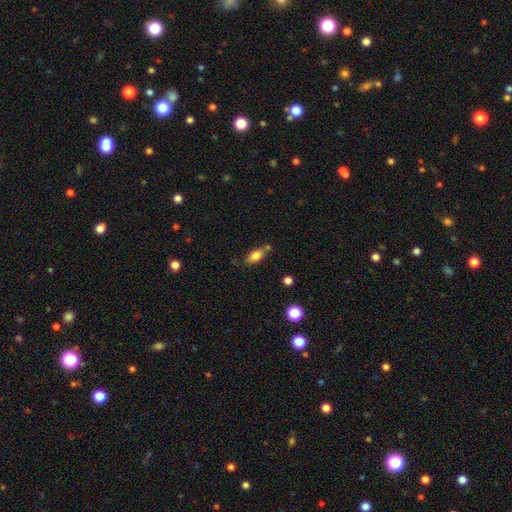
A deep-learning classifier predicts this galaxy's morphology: A smooth galaxy with no disk features (80%) that is in between round and cigar-shaped (85%).

Vote fractions:
- Smooth or featured? smooth: 80% / featured or disk: 12% / star or artifact: 8%
- How rounded? in between: 85% / cigar-shaped: 10% / round: 5%
- Merging? none: 64% / minor disturbance: 18% / merger: 13% / major disturbance: 5%